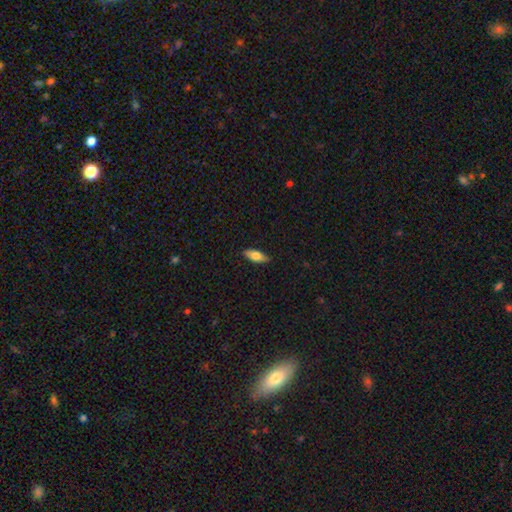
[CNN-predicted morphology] smooth-or-featured: smooth: 71% | featured or disk: 23% | star or artifact: 6%
  how-rounded: in between: 73% | cigar-shaped: 24% | round: 3%
  merging: none: 86% | minor disturbance: 11% | major disturbance: 2% | merger: 1%